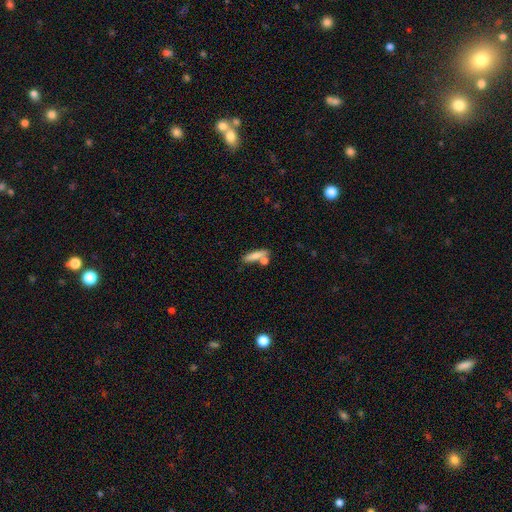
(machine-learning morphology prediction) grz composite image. It shows a smooth galaxy with no disk features (77%) that is cigar-shaped (69%). Merging: none (60%).